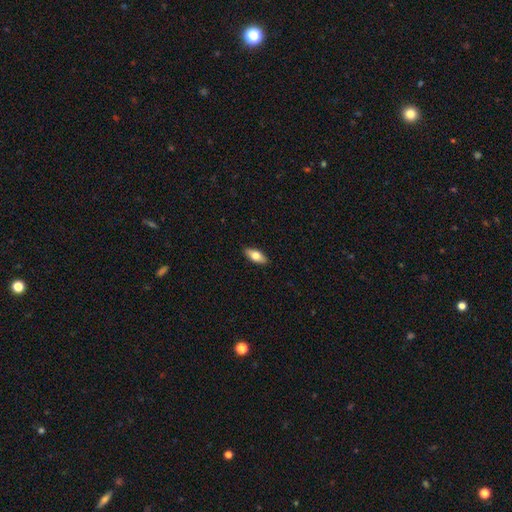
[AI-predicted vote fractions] Morphology: type=smooth (69%); roundness=in between (80%); merging=none (90%).